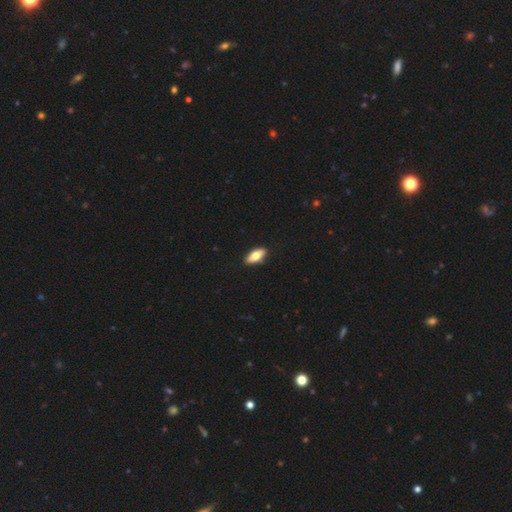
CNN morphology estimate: Q: Smooth or featured?
A: smooth (71%); runner-up: featured or disk (23%)
Q: How rounded?
A: in between (81%); runner-up: cigar-shaped (16%)
Q: Merging?
A: none (89%); runner-up: minor disturbance (8%)